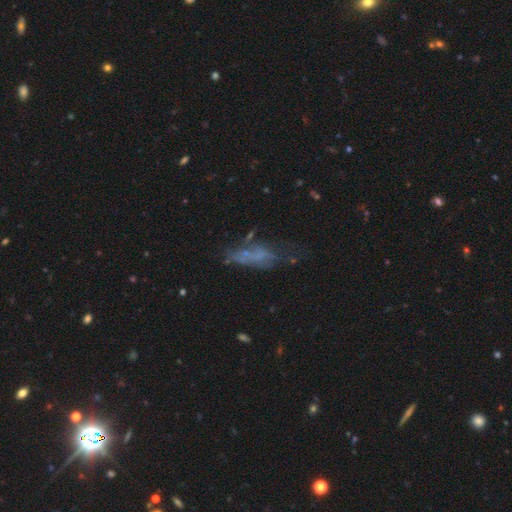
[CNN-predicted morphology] The model was most divided on "smooth or featured": smooth: 43%, featured or disk: 39%, star or artifact: 19%. Remaining: merging — none (41%).